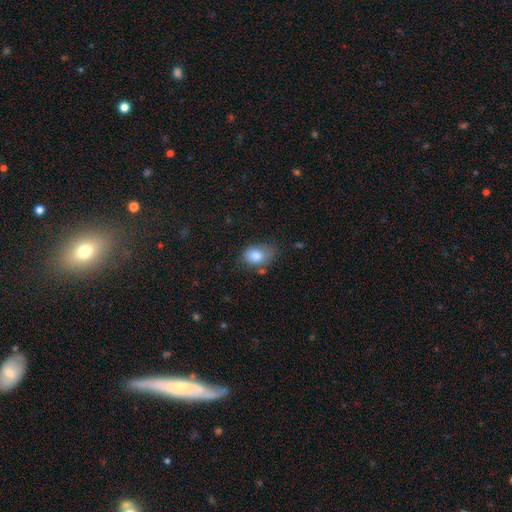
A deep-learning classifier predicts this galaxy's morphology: Smooth or featured? Predicted: smooth (p=0.82). How rounded? Predicted: in between (p=0.72). Merging? Predicted: none (p=0.54).